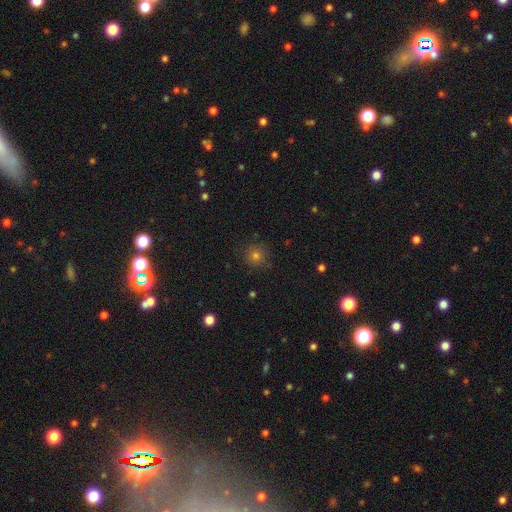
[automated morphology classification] A smooth galaxy with no disk features (72%) that is round (94%). Merging: none (86%).